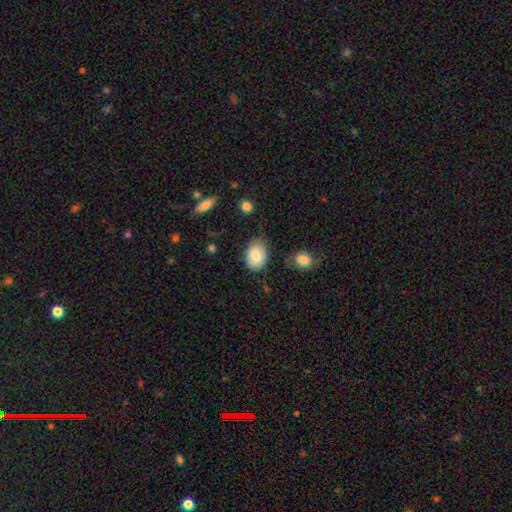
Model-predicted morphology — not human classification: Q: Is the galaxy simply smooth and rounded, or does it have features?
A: smooth — 79%.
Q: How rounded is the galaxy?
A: in between — 83%.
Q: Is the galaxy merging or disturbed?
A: none — 69%.